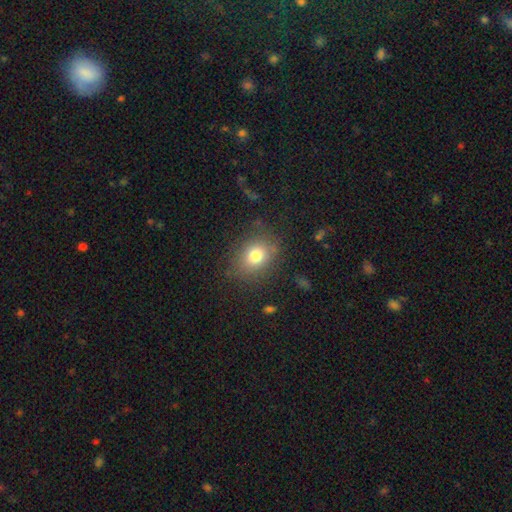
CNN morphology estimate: Overall: smooth (77%). How rounded: in between (52%; round 47%). Merging: none (80%).